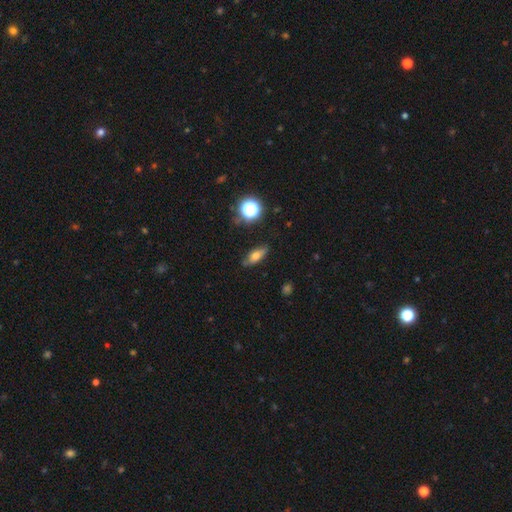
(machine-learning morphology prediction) type=smooth (63%); roundness=in between (63%); merging=none (80%).